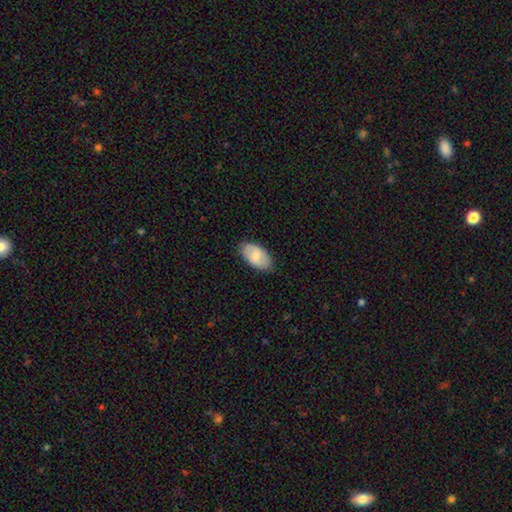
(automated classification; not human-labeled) smooth 74%, featured or disk 20%, star or artifact 6%. Down the decision tree: how rounded — in between (95%); merging — none (82%).